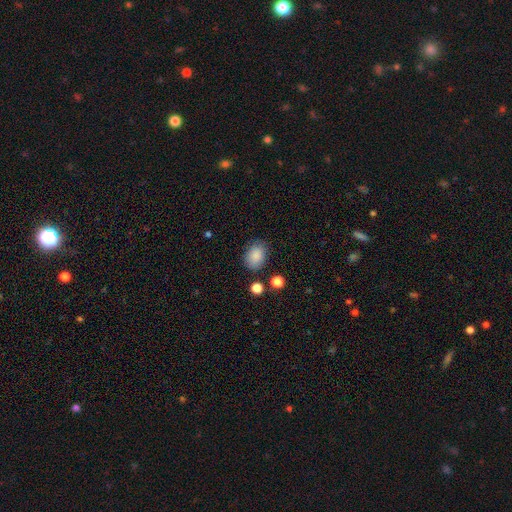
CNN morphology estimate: smooth_or_featured: smooth (p=0.87) [alt: star or artifact p=0.08]
how_rounded: in between (p=0.77) [alt: round p=0.22]
merging: none (p=0.78) [alt: minor disturbance p=0.15]